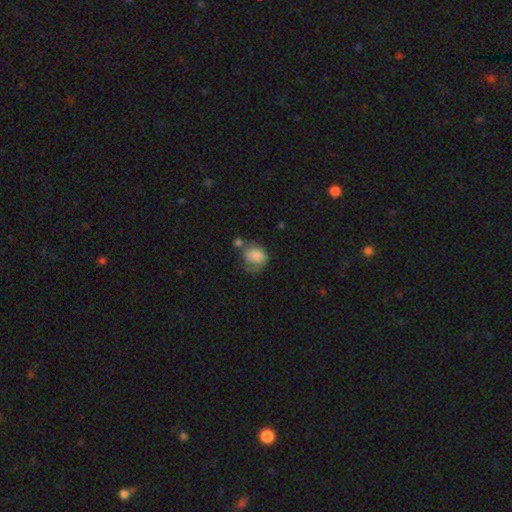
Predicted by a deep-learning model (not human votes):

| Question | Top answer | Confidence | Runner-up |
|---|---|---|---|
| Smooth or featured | smooth | 78% | featured or disk (14%) |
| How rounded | round | 57% | in between (42%) |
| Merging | none | 32% | minor disturbance (27%) |